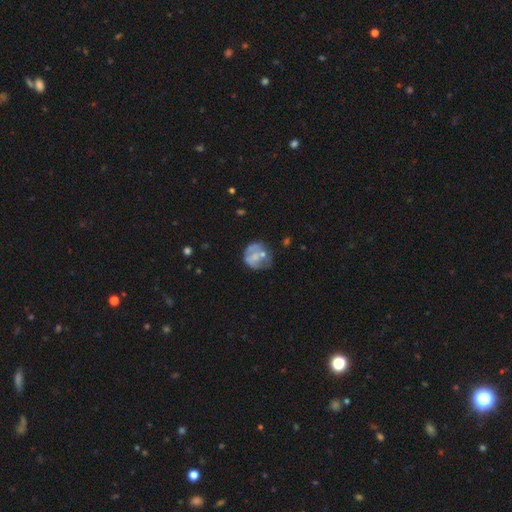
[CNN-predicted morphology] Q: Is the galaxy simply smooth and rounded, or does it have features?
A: featured or disk — 51%.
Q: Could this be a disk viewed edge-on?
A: no — 98%.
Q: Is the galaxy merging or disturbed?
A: none — 49%.